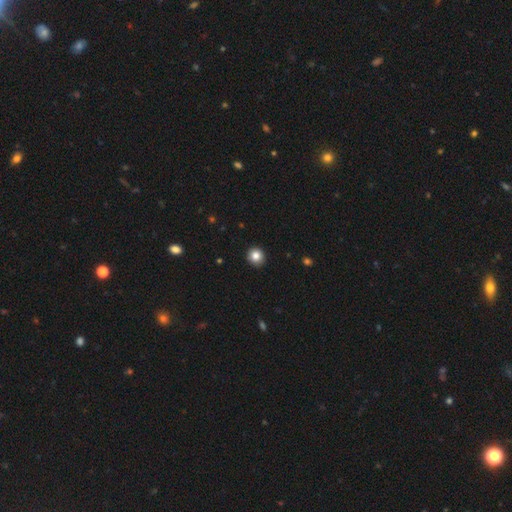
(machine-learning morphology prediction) smooth_or_featured: smooth (p=0.84) [alt: star or artifact p=0.10]
how_rounded: round (p=0.91) [alt: in between p=0.08]
merging: none (p=0.93) [alt: minor disturbance p=0.05]